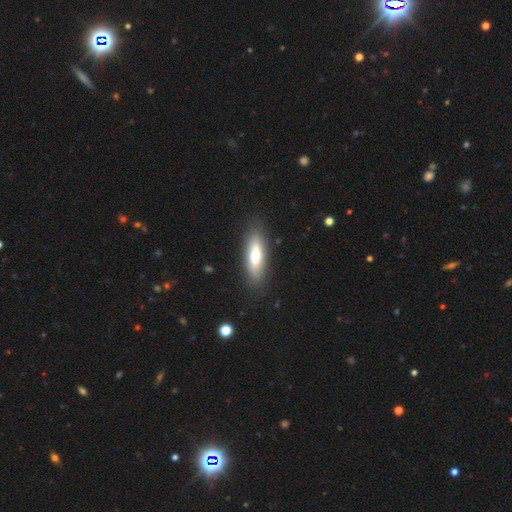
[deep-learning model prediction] A smooth galaxy with no disk features (65%) that is in between round and cigar-shaped (50%). Merging: none (85%).